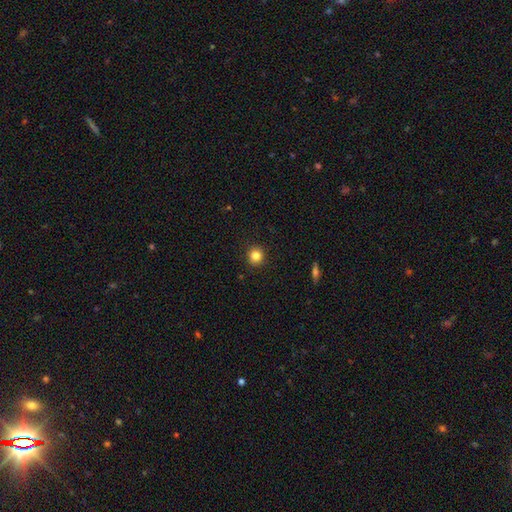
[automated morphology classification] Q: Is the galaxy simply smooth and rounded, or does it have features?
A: smooth — 84%.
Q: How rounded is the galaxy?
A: round — 92%.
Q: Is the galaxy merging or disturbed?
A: none — 92%.